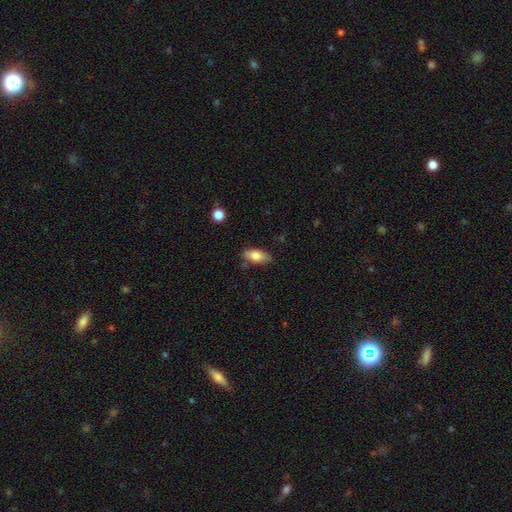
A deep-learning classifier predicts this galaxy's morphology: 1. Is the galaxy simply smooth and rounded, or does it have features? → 77% smooth, 16% featured or disk, 7% star or artifact.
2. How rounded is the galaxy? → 84% in between, 12% cigar-shaped, 3% round.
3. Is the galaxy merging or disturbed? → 79% none, 16% minor disturbance, 3% major disturbance, 2% merger.